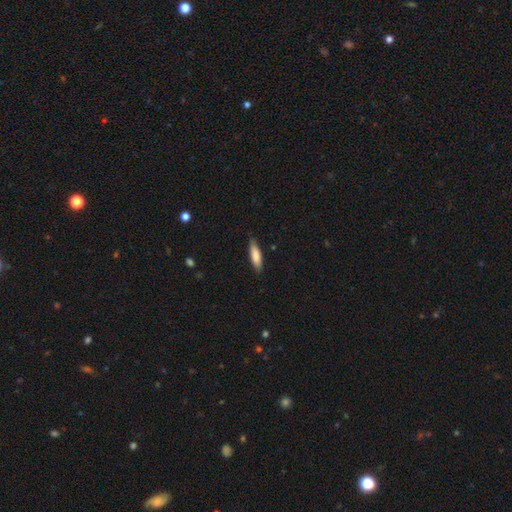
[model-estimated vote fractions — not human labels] This is clearly a smooth galaxy (82%). How rounded: possibly cigar-shaped (58%). Merging: clearly none (84%).